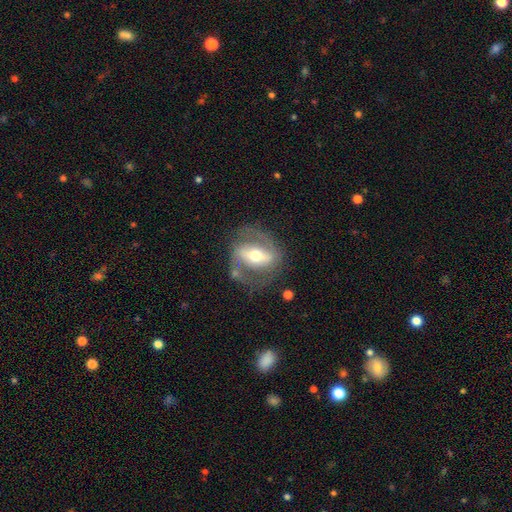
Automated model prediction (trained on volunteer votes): smooth-or-featured: featured or disk: 79% | smooth: 16% | star or artifact: 5%
  disk-edge-on: no: 93% | yes: 7%
    bar: strong: 60% | weak: 26% | no: 15%
    has-spiral-arms: yes: 76% | no: 24%
      spiral-winding: medium: 50% | tight: 25% | loose: 25%
      spiral-arm-count: 2: 86% | can't tell: 7% | 1: 4% | 3: 1% | 4: 1% | more than 4: 1%
    bulge-size: moderate: 69% | small: 17% | large: 12% | dominant: 1% | none: 1%
  merging: none: 71% | minor disturbance: 16% | major disturbance: 11% | merger: 3%